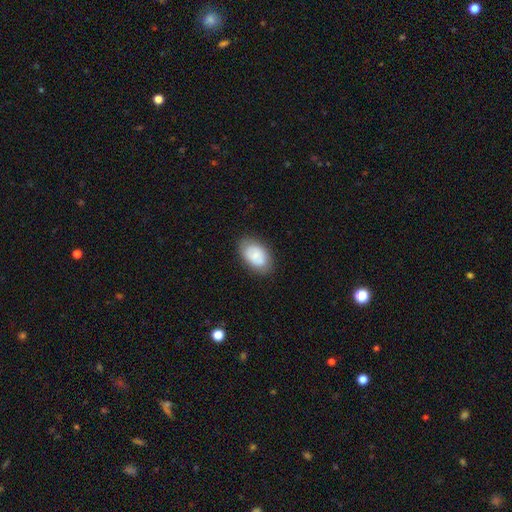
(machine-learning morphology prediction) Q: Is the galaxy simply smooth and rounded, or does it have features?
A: smooth — 70%.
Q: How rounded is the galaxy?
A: in between — 91%.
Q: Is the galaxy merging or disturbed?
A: none — 80%.